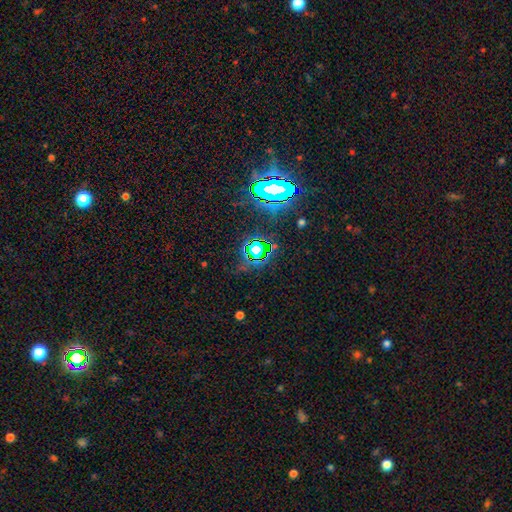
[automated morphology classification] Overall: star or artifact (78%).